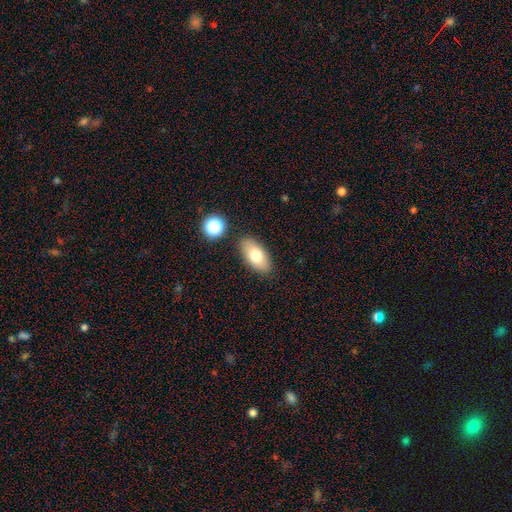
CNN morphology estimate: Q: Smooth or featured?
A: smooth (75%); runner-up: featured or disk (17%)
Q: How rounded?
A: in between (91%); runner-up: cigar-shaped (5%)
Q: Merging?
A: none (85%); runner-up: minor disturbance (10%)